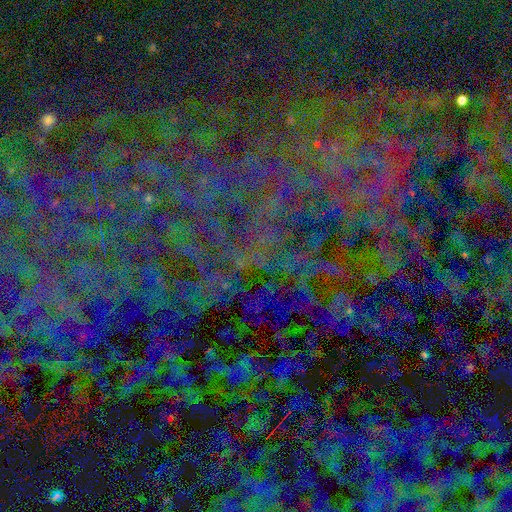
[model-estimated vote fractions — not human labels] Morphology: type=star or artifact (81%).